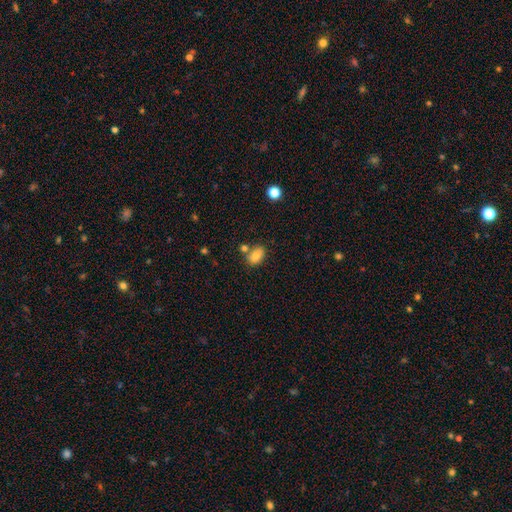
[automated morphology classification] Smooth or featured? Predicted: smooth (p=0.80). How rounded? Predicted: in between (p=0.84). Merging? Predicted: none (p=0.66).